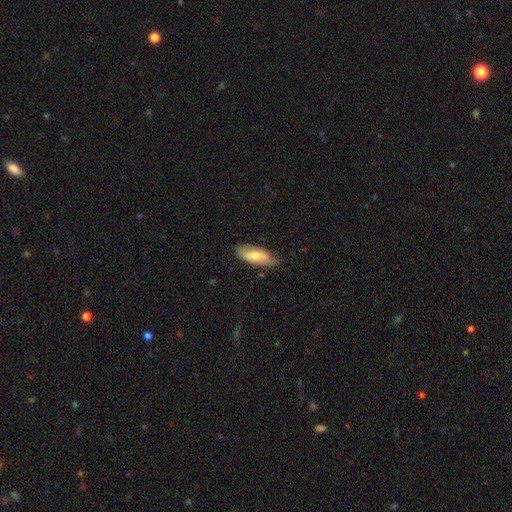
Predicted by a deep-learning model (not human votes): The model was most divided on "smooth or featured": smooth: 54%, featured or disk: 41%, star or artifact: 6%. More confident: how rounded — in between (73%); merging — none (73%).